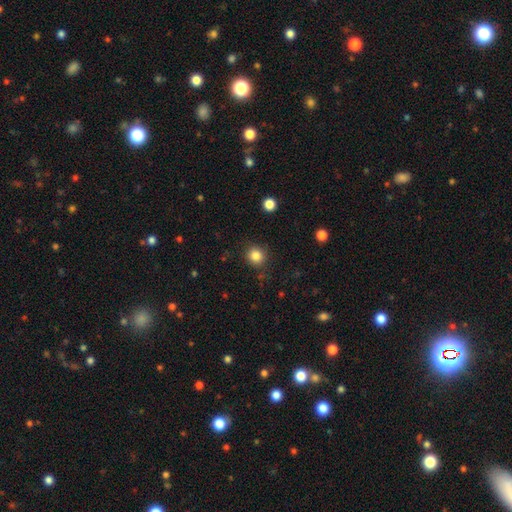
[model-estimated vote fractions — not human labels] smooth-or-featured: smooth: 84% | star or artifact: 12% | featured or disk: 5%
  how-rounded: round: 90% | in between: 9% | cigar-shaped: 1%
  merging: none: 87% | minor disturbance: 8% | major disturbance: 3% | merger: 2%